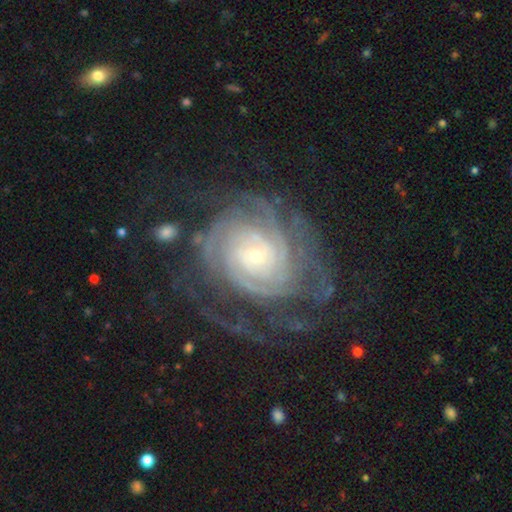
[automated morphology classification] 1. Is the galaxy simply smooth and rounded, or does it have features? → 89% featured or disk, 6% star or artifact, 5% smooth.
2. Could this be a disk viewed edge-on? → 97% no, 3% yes.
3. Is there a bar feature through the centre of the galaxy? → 75% no, 18% weak, 7% strong.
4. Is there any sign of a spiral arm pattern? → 97% yes, 3% no.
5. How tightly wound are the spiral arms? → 77% tight, 18% medium, 5% loose.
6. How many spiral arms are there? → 28% can't tell, 19% 4, 16% 2, 15% more than 4, 14% 3, 8% 1.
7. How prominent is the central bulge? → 77% small, 18% moderate, 3% large, 1% none, 1% dominant.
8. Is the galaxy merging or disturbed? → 62% none, 18% major disturbance, 17% minor disturbance, 3% merger.